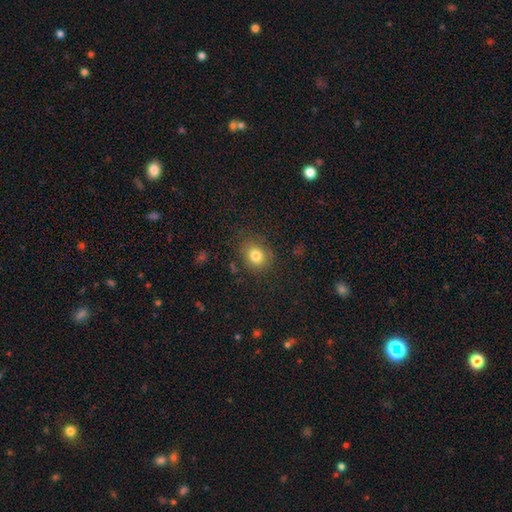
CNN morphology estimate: smooth_or_featured: smooth (p=0.80) [alt: star or artifact p=0.12]
how_rounded: round (p=0.69) [alt: in between p=0.30]
merging: none (p=0.78) [alt: minor disturbance p=0.15]